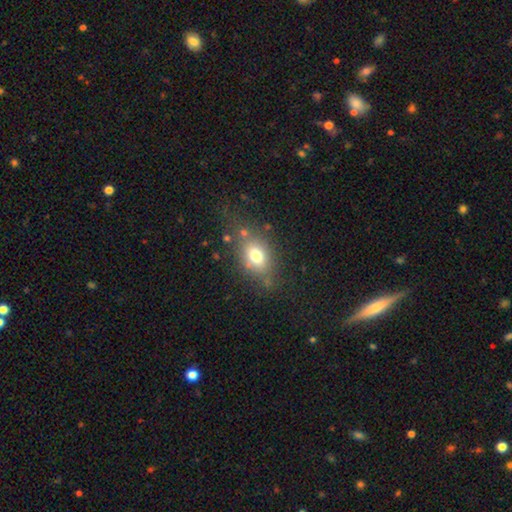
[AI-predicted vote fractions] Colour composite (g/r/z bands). It shows a smooth galaxy with no disk features (72%) that is in between round and cigar-shaped (71%). Merging: none (65%).